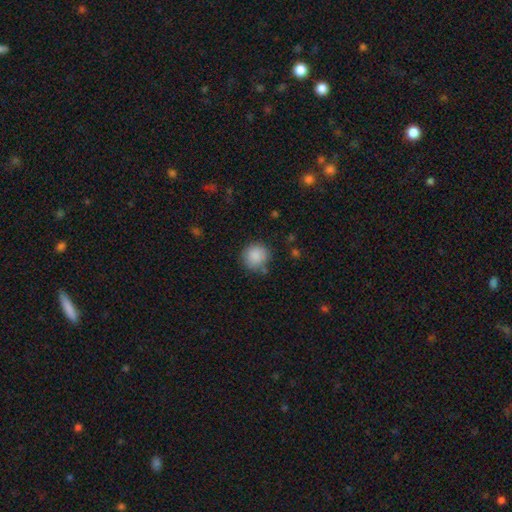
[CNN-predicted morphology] Smooth or featured? Predicted: smooth (p=0.88). How rounded? Predicted: round (p=0.91). Merging? Predicted: none (p=0.79).